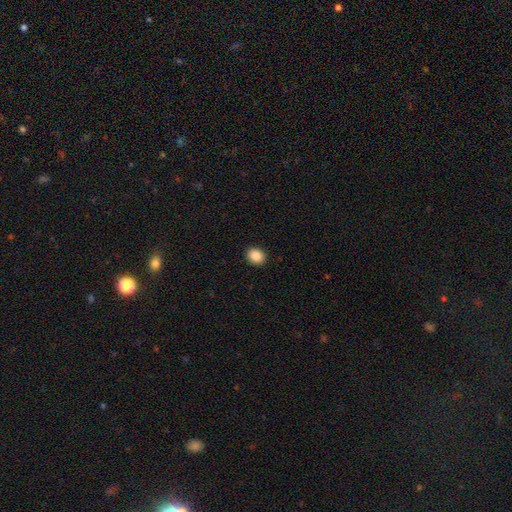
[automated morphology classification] Smooth or featured? Predicted: smooth (p=0.88). How rounded? Predicted: round (p=0.59). Merging? Predicted: none (p=0.92).